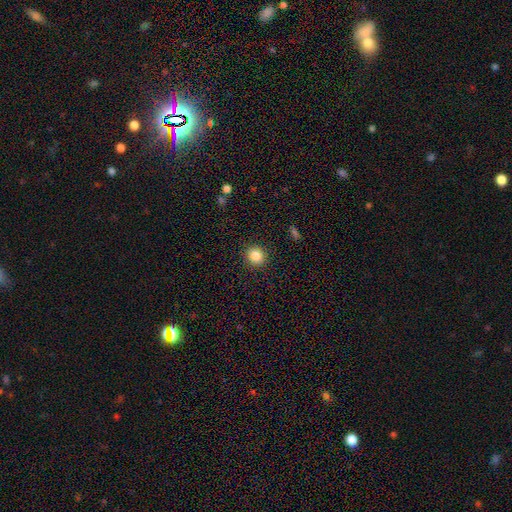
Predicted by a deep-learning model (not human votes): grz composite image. It shows a smooth galaxy with no disk features (85%) that is round (87%). Merging: none (91%).